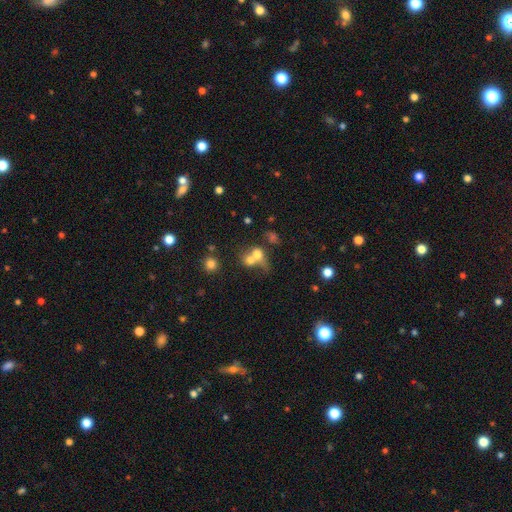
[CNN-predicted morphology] Smooth or featured? smooth (67%)
How rounded? round (64%)
Merging? merger (68%)